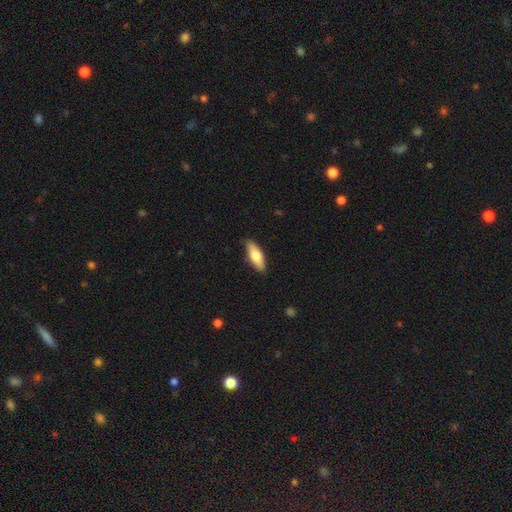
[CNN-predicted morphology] The model was most divided on "how rounded": in between: 62%, cigar-shaped: 36%, round: 2%. More confident: merging — none (83%); smooth or featured — smooth (68%).